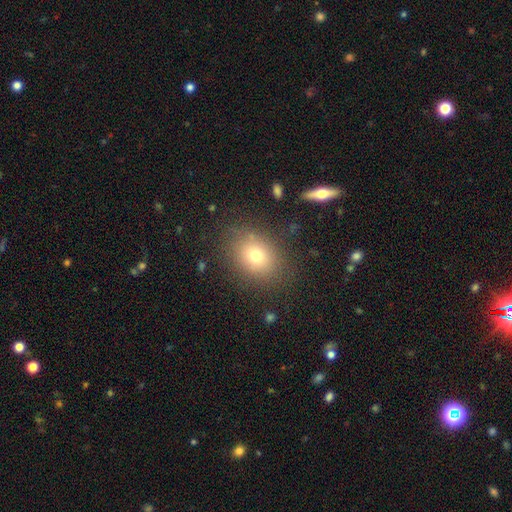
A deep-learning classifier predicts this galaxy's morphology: Q: Smooth or featured?
A: smooth (74%); runner-up: star or artifact (13%)
Q: How rounded?
A: in between (57%); runner-up: round (41%)
Q: Merging?
A: none (81%); runner-up: minor disturbance (12%)